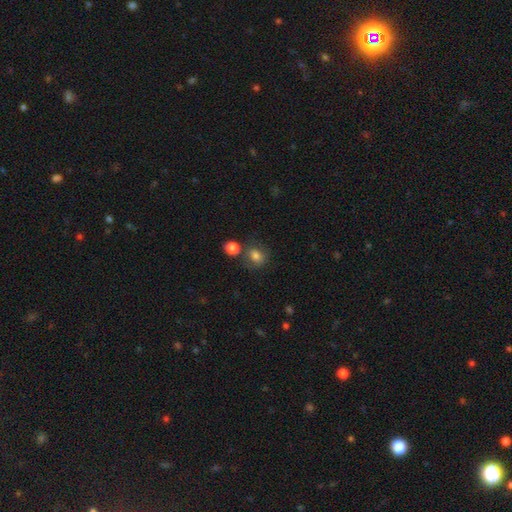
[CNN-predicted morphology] Q: Smooth or featured?
A: smooth (79%); runner-up: star or artifact (11%)
Q: How rounded?
A: round (58%); runner-up: in between (41%)
Q: Merging?
A: none (58%); runner-up: merger (23%)